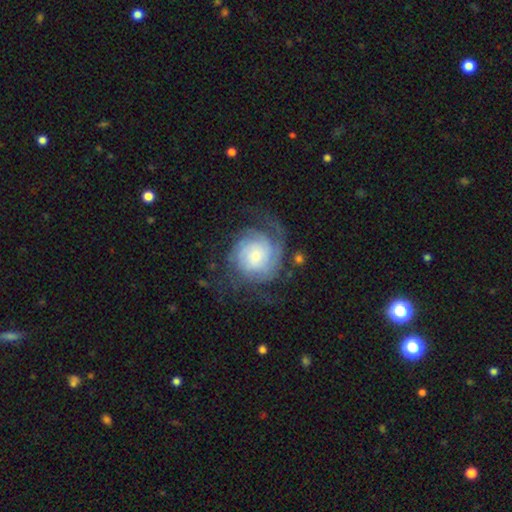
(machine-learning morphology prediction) Smooth or featured? featured or disk (80%)
Edge-on disk? no (98%)
Bar? no (72%)
Spiral arms? yes (95%)
Spiral winding? tight (56%)
Spiral arm count? can't tell (30%)
Bulge size? small (50%)
Merging? none (63%)